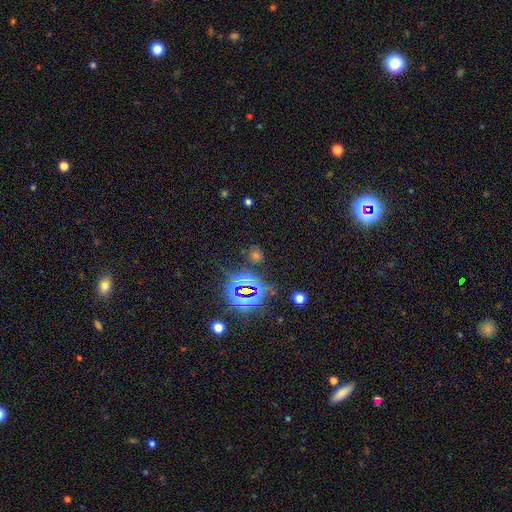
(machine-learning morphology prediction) This is possibly a star or artifact rather than a galaxy (56%).